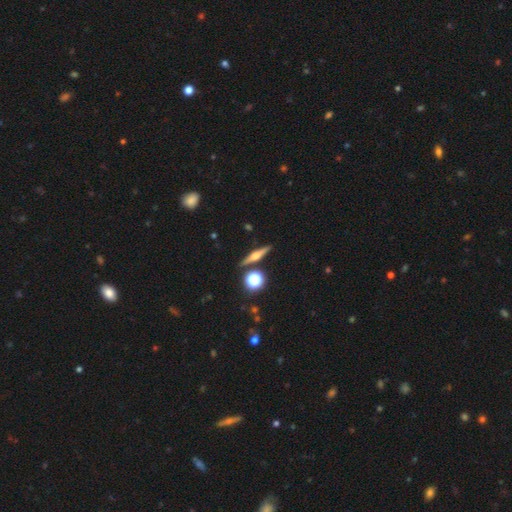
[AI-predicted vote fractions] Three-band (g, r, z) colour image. It shows a featured or disk galaxy (68%) viewed edge-on (97%) with a rounded central bulge (89%). Merging: none (86%).